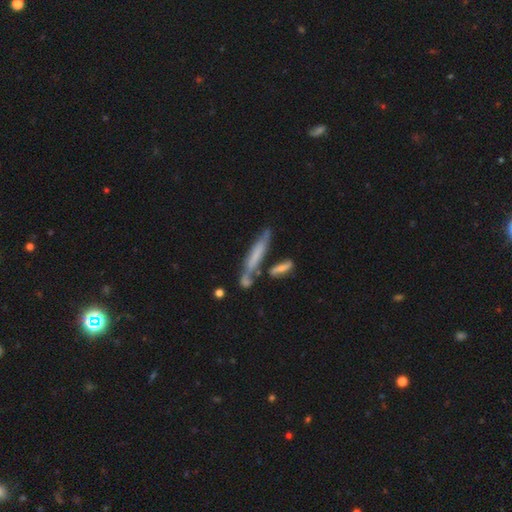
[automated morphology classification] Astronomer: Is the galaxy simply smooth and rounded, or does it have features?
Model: smooth — 48% (runner-up: featured or disk, 43%).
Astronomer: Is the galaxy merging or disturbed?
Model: none — 51%.